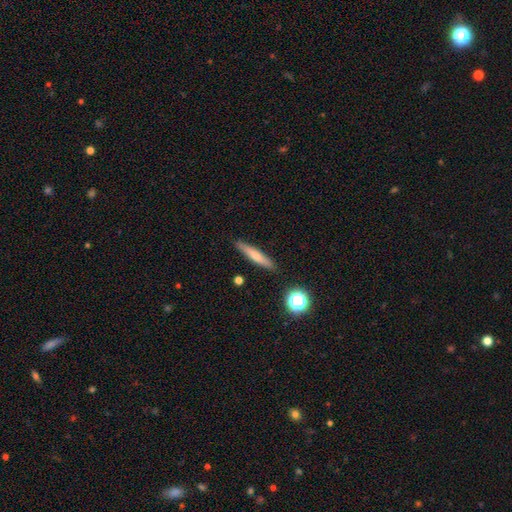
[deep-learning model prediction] Smooth or featured?
  - smooth: 63% *
  - featured or disk: 29%
  - star or artifact: 8%
How rounded?
  - cigar-shaped: 90% *
  - in between: 8%
  - round: 2%
Merging?
  - none: 87% *
  - minor disturbance: 9%
  - major disturbance: 2%
  - merger: 2%